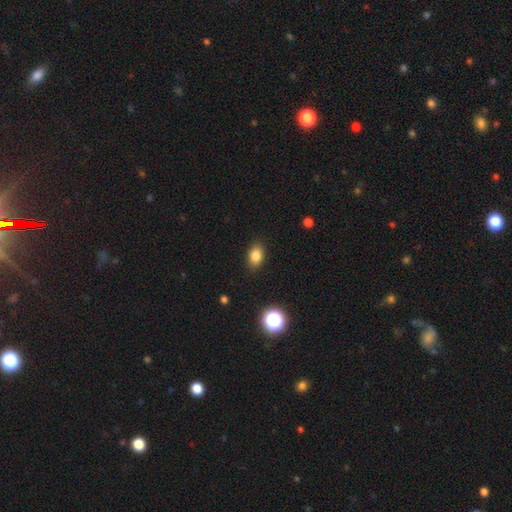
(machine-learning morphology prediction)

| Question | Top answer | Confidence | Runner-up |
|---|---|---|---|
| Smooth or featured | smooth | 83% | star or artifact (11%) |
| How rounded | in between | 78% | round (20%) |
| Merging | none | 87% | minor disturbance (9%) |